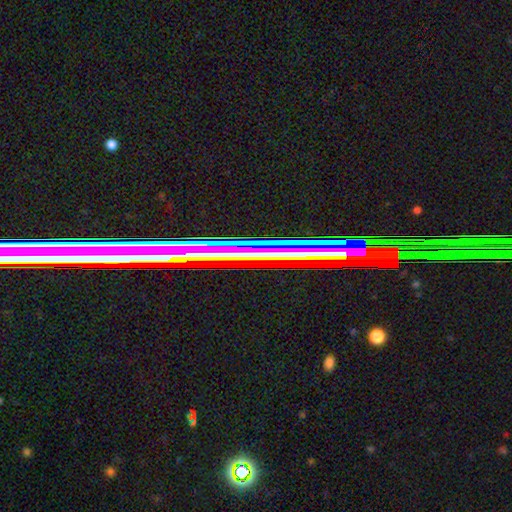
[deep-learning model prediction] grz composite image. It shows a star or artifact, not a galaxy (48%).